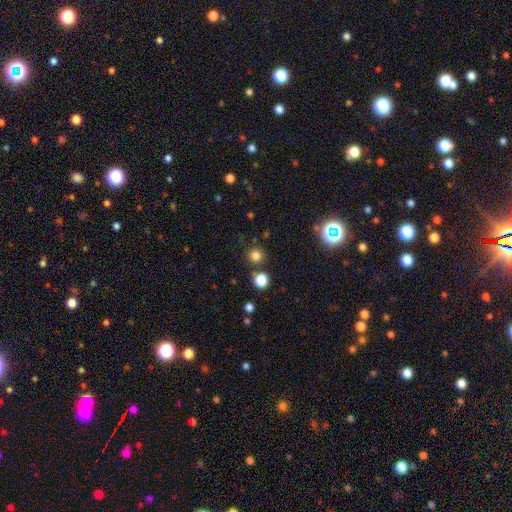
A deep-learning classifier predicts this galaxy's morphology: smooth_or_featured: smooth (p=0.77) [alt: star or artifact p=0.19]
how_rounded: round (p=0.93) [alt: in between p=0.06]
merging: none (p=0.82) [alt: merger p=0.08]